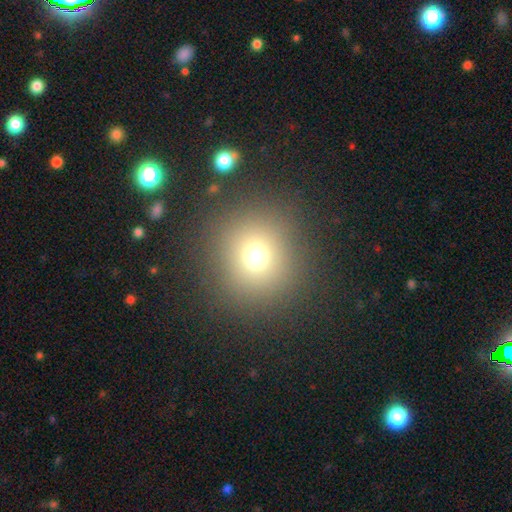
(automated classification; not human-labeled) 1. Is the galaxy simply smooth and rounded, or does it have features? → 71% smooth, 19% star or artifact, 9% featured or disk.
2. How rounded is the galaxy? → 91% round, 8% in between, 1% cigar-shaped.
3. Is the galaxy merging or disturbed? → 87% none, 6% minor disturbance, 4% major disturbance, 2% merger.